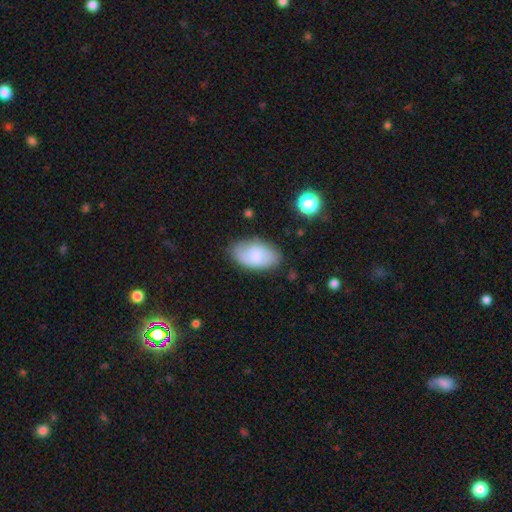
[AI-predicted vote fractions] Q: Smooth or featured?
A: smooth (62%); runner-up: featured or disk (31%)
Q: How rounded?
A: in between (93%); runner-up: round (5%)
Q: Merging?
A: none (76%); runner-up: minor disturbance (17%)